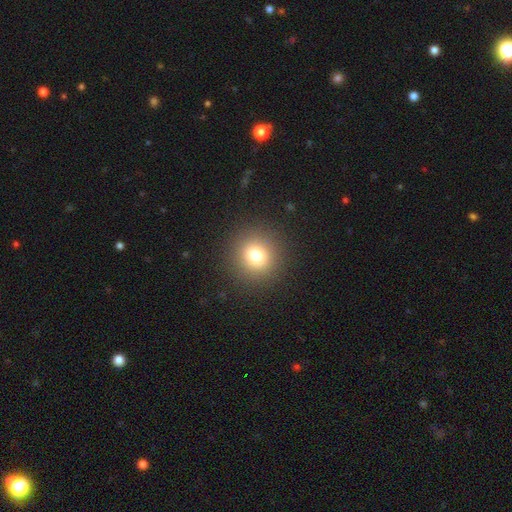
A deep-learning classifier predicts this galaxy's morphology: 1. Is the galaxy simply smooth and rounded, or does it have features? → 76% smooth, 15% star or artifact, 9% featured or disk.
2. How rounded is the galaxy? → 92% round, 7% in between, 1% cigar-shaped.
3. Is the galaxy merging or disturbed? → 91% none, 5% minor disturbance, 3% major disturbance, 1% merger.